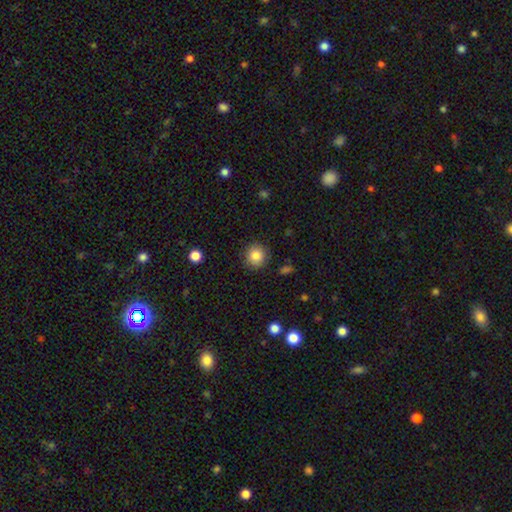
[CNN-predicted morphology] Smooth or featured?
  - smooth: 84% *
  - star or artifact: 10%
  - featured or disk: 6%
How rounded?
  - round: 90% *
  - in between: 9%
  - cigar-shaped: 1%
Merging?
  - none: 89% *
  - minor disturbance: 8%
  - major disturbance: 2%
  - merger: 1%